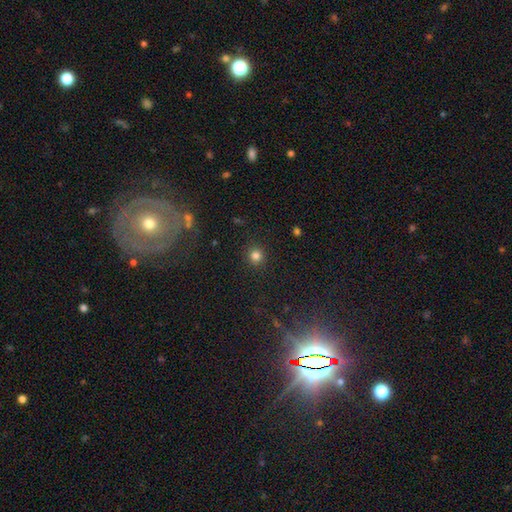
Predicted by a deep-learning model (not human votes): Smooth or featured? Predicted: smooth (p=0.82). How rounded? Predicted: round (p=0.93). Merging? Predicted: none (p=0.91).